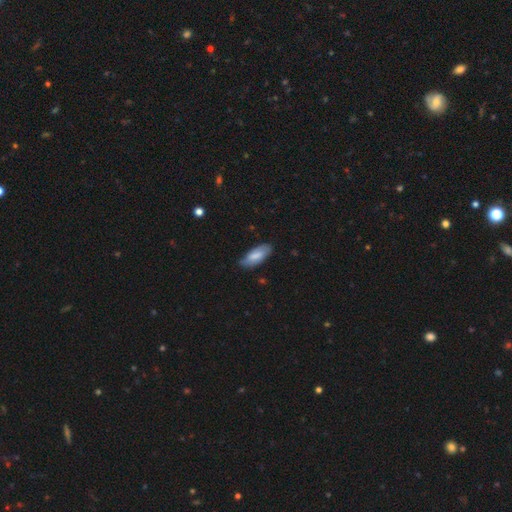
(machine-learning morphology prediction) Smooth or featured? Predicted: smooth (p=0.77). How rounded? Predicted: in between (p=0.80). Merging? Predicted: none (p=0.77).